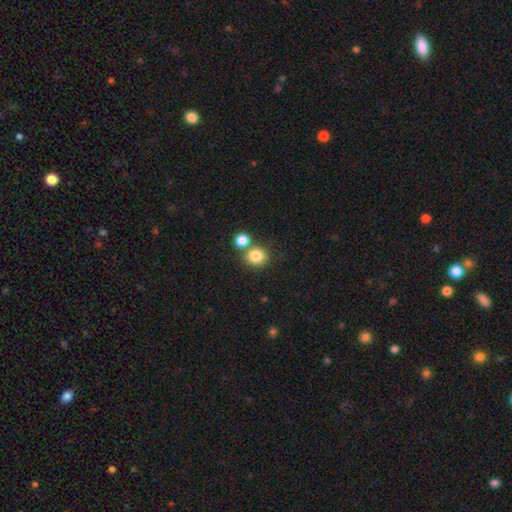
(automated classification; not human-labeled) smooth 82%, star or artifact 11%, featured or disk 7%. Down the decision tree: how rounded — round (87%); merging — none (63%).